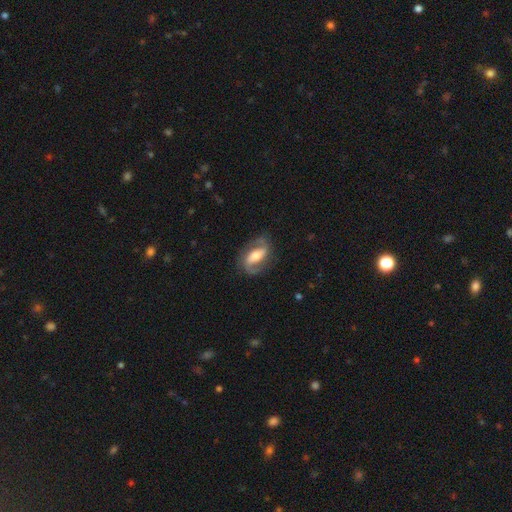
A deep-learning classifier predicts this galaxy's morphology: This appears to be a featured or disk galaxy (82%) with a strong bar (42%), 2 (90%) medium (50%) spiral arms (93%) and a moderate central bulge (57%). Merging: none (77%).